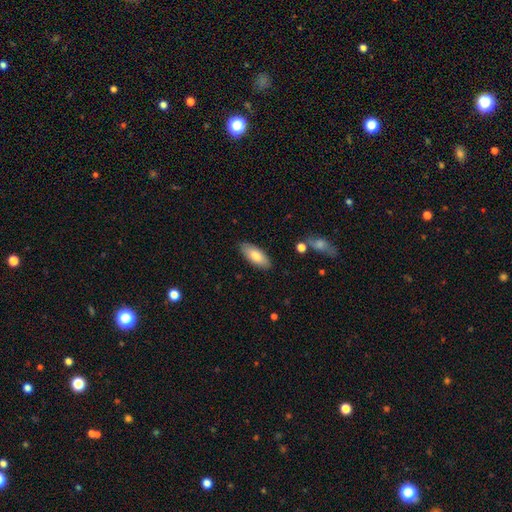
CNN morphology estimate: The model was most divided on "smooth or featured": smooth: 79%, featured or disk: 15%, star or artifact: 6%. More confident: merging — none (86%); how rounded — in between (82%).